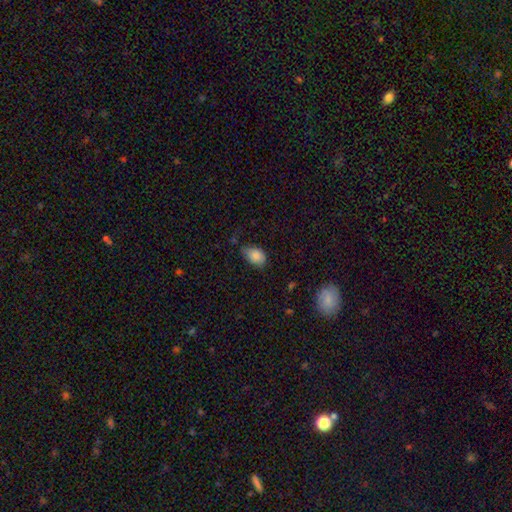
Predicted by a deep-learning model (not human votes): smooth_or_featured: smooth (p=0.86) [alt: star or artifact p=0.08]
how_rounded: in between (p=0.85) [alt: round p=0.14]
merging: none (p=0.54) [alt: minor disturbance p=0.36]